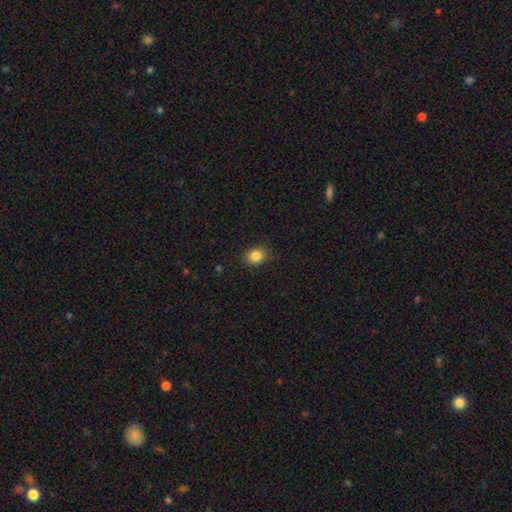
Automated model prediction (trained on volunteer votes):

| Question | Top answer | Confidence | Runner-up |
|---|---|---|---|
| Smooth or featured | smooth | 85% | star or artifact (10%) |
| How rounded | round | 51% | in between (48%) |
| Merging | none | 84% | minor disturbance (12%) |